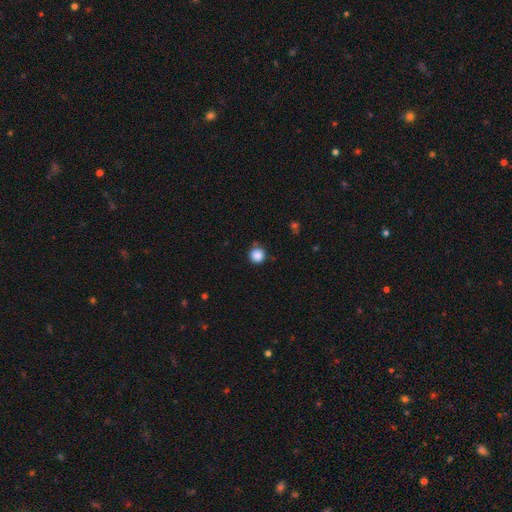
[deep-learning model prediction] The model was most divided on "merging": none: 82%, minor disturbance: 13%, major disturbance: 3%, merger: 3%. More confident: how rounded — round (95%); smooth or featured — smooth (86%).